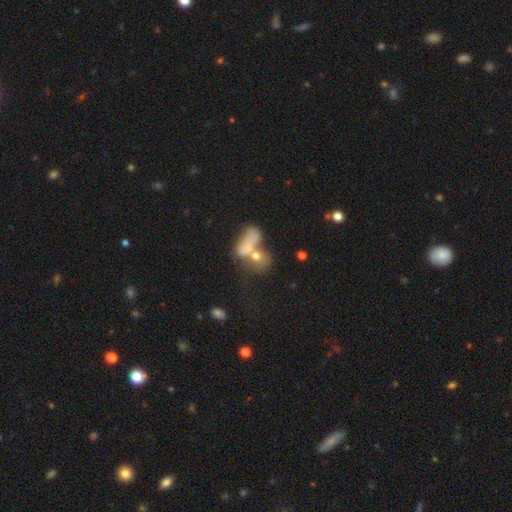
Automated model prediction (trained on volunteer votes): A smooth galaxy with no disk features (59%) that is in between round and cigar-shaped (68%).

Vote fractions:
- Smooth or featured? smooth: 59% / featured or disk: 29% / star or artifact: 12%
- How rounded? in between: 68% / round: 26% / cigar-shaped: 6%
- Merging? merger: 66% / none: 15% / major disturbance: 12% / minor disturbance: 8%